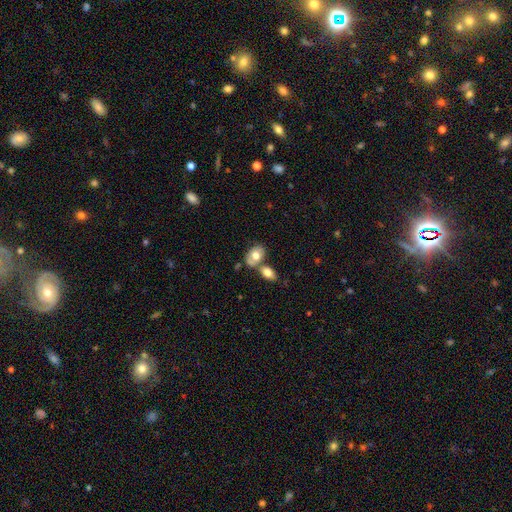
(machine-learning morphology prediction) Q: Smooth or featured?
A: smooth (71%); runner-up: featured or disk (23%)
Q: How rounded?
A: in between (83%); runner-up: round (15%)
Q: Merging?
A: merger (43%); runner-up: none (41%)